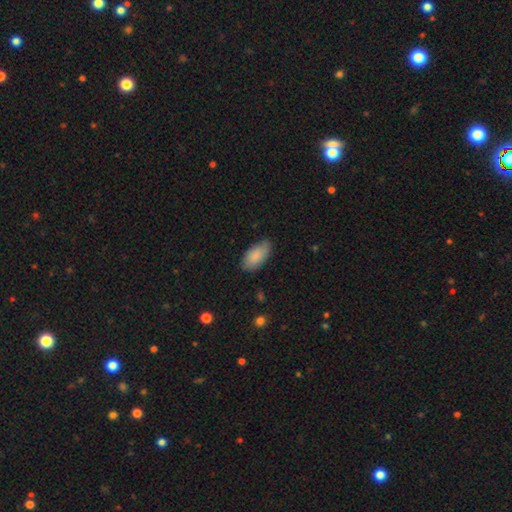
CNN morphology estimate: A smooth galaxy with no disk features (87%) that is in between round and cigar-shaped (93%).

Vote fractions:
- Smooth or featured? smooth: 87% / featured or disk: 7% / star or artifact: 6%
- How rounded? in between: 93% / cigar-shaped: 5% / round: 2%
- Merging? none: 79% / minor disturbance: 17% / major disturbance: 3% / merger: 1%